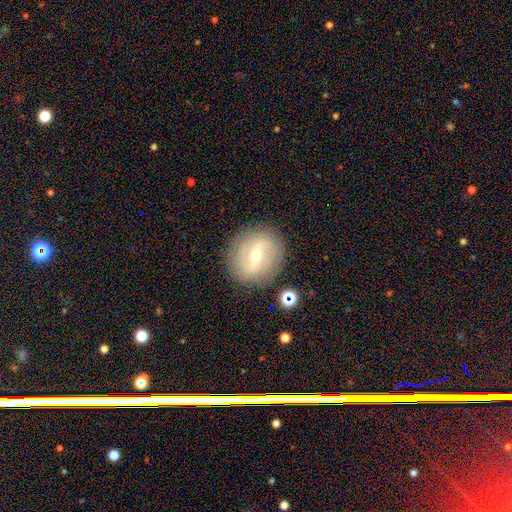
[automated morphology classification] Smooth or featured? featured or disk (65%)
Edge-on disk? no (94%)
Bar? weak (44%)
Spiral arms? yes (62%)
Bulge size? moderate (53%)
Merging? none (85%)